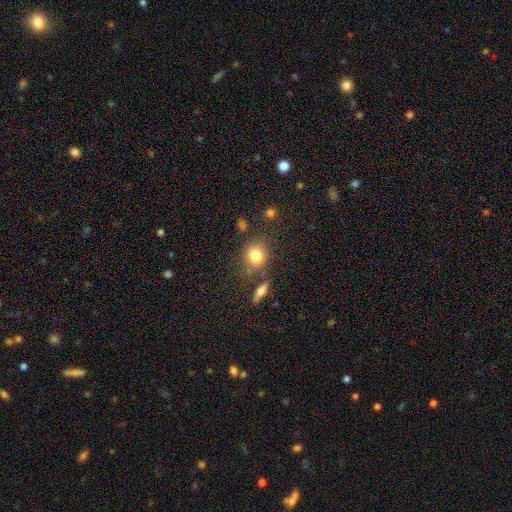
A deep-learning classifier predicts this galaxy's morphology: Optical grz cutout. It shows a smooth galaxy with no disk features (81%) that is round (67%). Merging: none (68%).